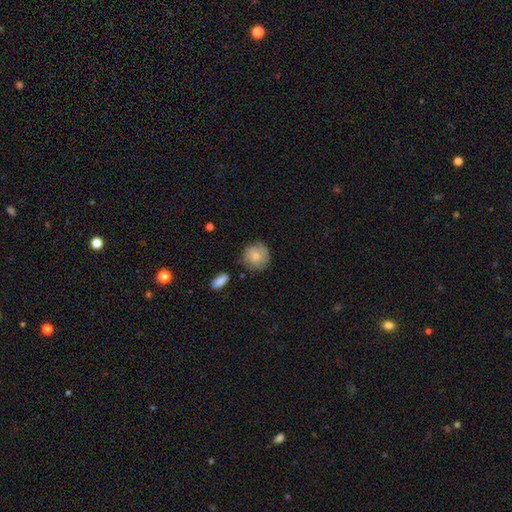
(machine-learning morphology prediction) Smooth or featured? smooth (77%)
How rounded? round (88%)
Merging? none (74%)